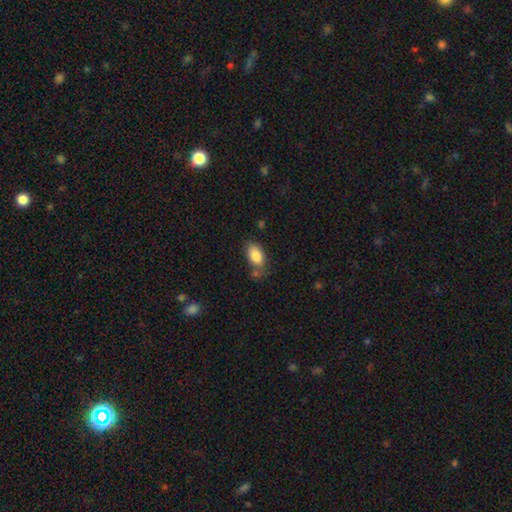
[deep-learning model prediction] The model was most divided on "merging": none: 59%, minor disturbance: 22%, merger: 13%, major disturbance: 6%. More confident: how rounded — in between (91%); smooth or featured — smooth (84%).